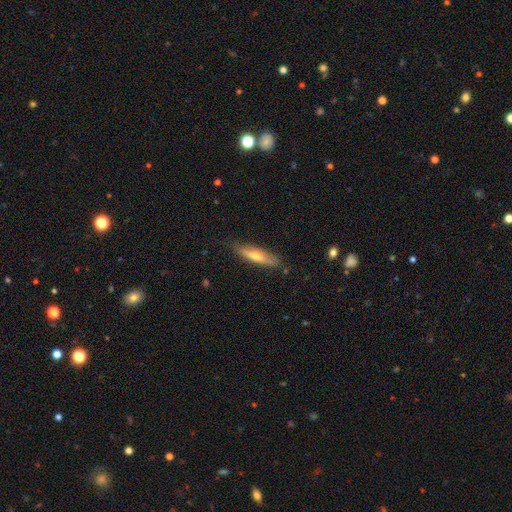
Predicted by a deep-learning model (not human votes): A smooth galaxy with no disk features (52%) that is cigar-shaped (77%).

Vote fractions:
- Smooth or featured? smooth: 52% / featured or disk: 42% / star or artifact: 6%
- How rounded? cigar-shaped: 77% / in between: 21% / round: 2%
- Merging? none: 82% / minor disturbance: 14% / major disturbance: 3% / merger: 2%